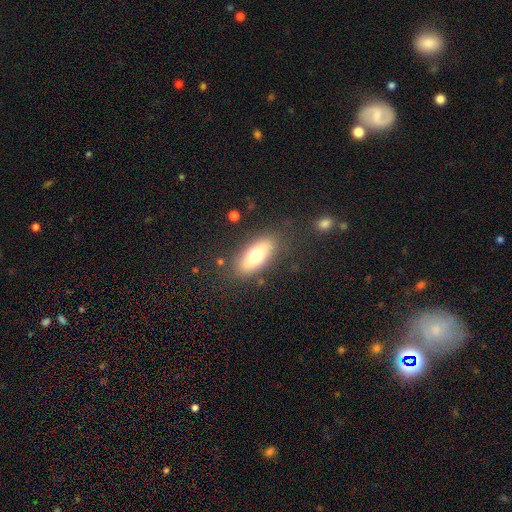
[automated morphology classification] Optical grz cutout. It shows a smooth galaxy with no disk features (67%) that is in between round and cigar-shaped (77%). Merging: none (81%).